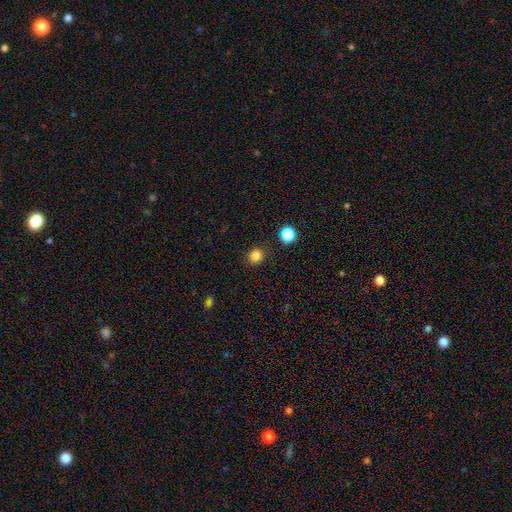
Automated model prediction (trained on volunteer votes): A smooth galaxy with no disk features (83%) that is round (79%).

Vote fractions:
- Smooth or featured? smooth: 83% / star or artifact: 13% / featured or disk: 5%
- How rounded? round: 79% / in between: 20% / cigar-shaped: 1%
- Merging? none: 89% / minor disturbance: 7% / major disturbance: 2% / merger: 2%